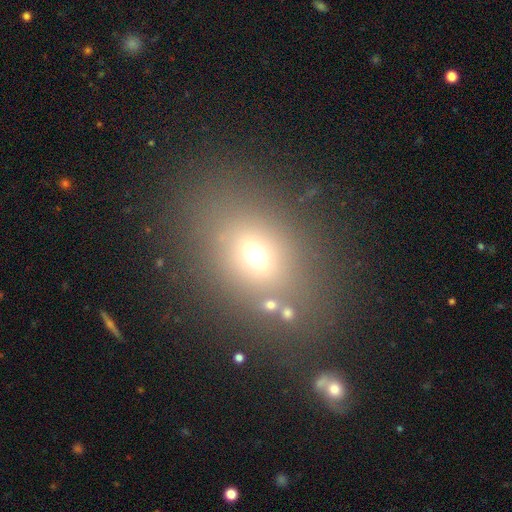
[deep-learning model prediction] Smooth or featured? Predicted: smooth (p=0.64). How rounded? Predicted: in between (p=0.63). Merging? Predicted: none (p=0.76).